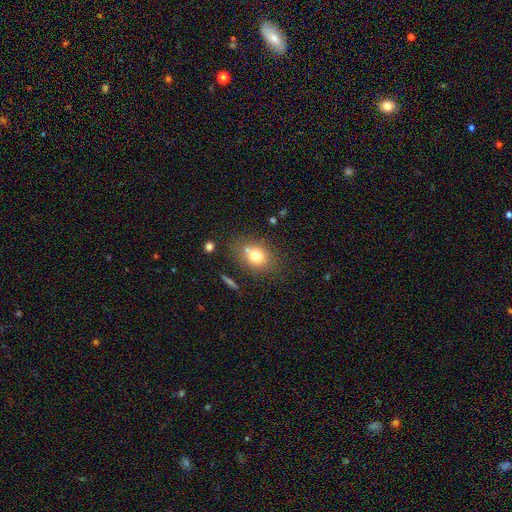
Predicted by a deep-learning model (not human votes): Smooth or featured? smooth (74%)
How rounded? in between (56%)
Merging? none (64%)